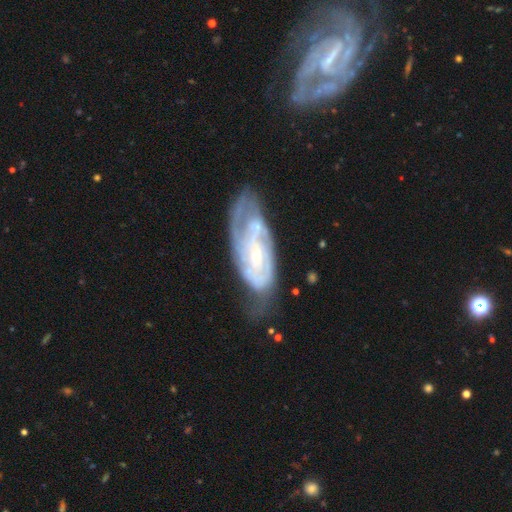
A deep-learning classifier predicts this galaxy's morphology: featured or disk 81%, smooth 13%, star or artifact 6%. Down the decision tree: edge-on disk — no (92%); bar — no (49%); spiral arms — yes (89%); spiral arm count — 2 (39%); spiral winding — tight (59%); bulge size — small (69%); merging — none (53%).